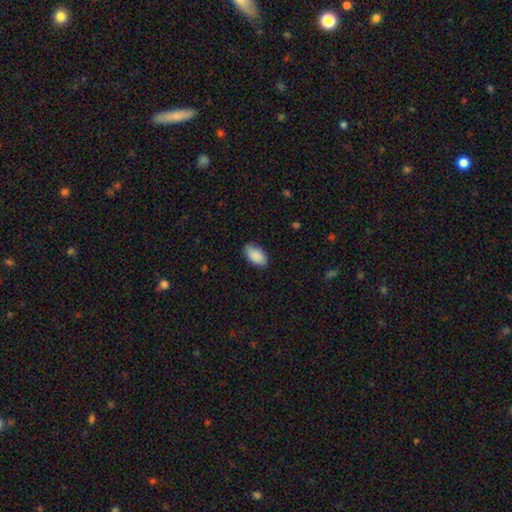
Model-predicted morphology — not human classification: A smooth galaxy with no disk features (90%) that is in between round and cigar-shaped (94%). Merging: none (85%).